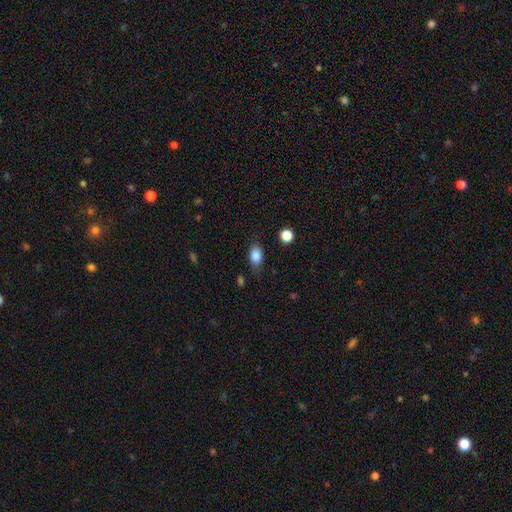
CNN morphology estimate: Overall: smooth (85%). How rounded: in between (81%). Merging: none (75%).